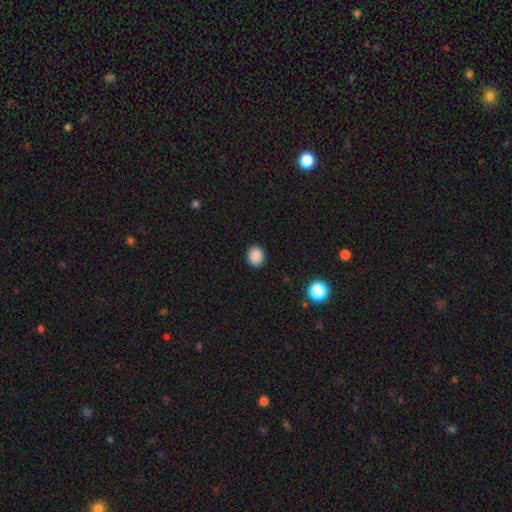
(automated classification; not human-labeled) Smooth or featured: smooth — 88% (star or artifact — 10%)
How rounded: round — 71% (in between — 28%)
Merging: none — 90% (minor disturbance — 7%)